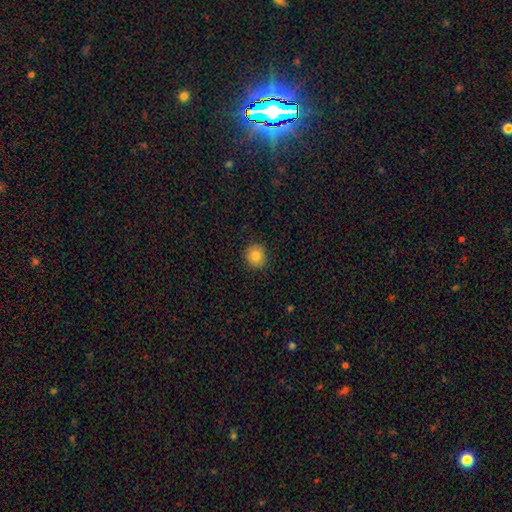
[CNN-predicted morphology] This is clearly a smooth galaxy (83%). How rounded: clearly round (86%). Merging: clearly none (90%).